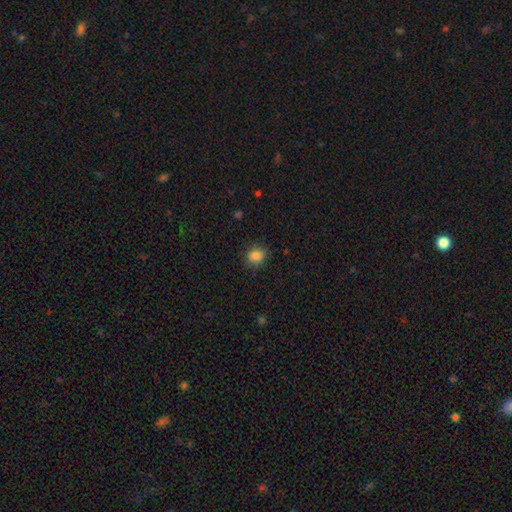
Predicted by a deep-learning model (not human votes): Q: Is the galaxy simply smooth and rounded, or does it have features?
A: smooth — 85%.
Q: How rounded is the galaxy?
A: round — 54%.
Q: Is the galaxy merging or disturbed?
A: none — 80%.